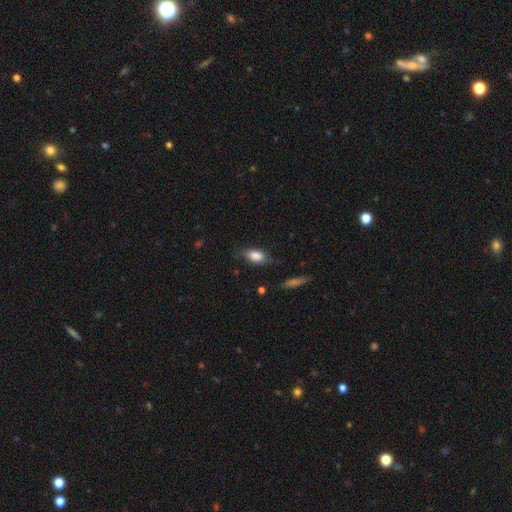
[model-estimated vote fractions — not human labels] The model was most divided on "merging": none: 70%, minor disturbance: 22%, major disturbance: 6%, merger: 2%. More confident: how rounded — in between (86%); smooth or featured — smooth (82%).